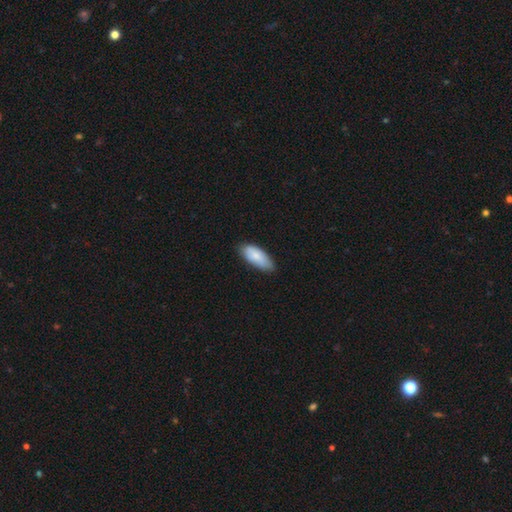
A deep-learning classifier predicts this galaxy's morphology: Q: Smooth or featured?
A: smooth (84%); runner-up: featured or disk (10%)
Q: How rounded?
A: in between (84%); runner-up: cigar-shaped (15%)
Q: Merging?
A: none (77%); runner-up: minor disturbance (19%)